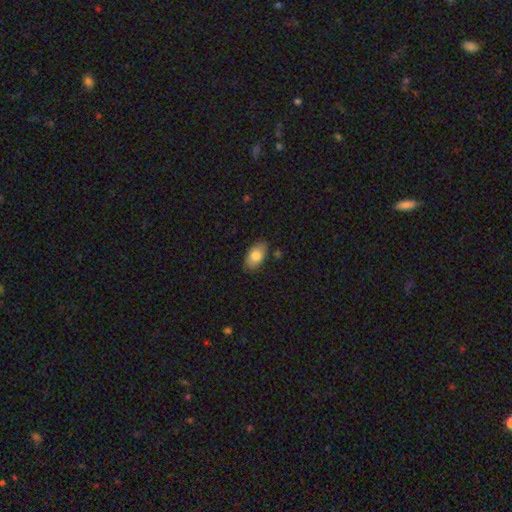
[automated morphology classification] Q: Smooth or featured?
A: smooth (82%); runner-up: featured or disk (12%)
Q: How rounded?
A: in between (94%); runner-up: round (4%)
Q: Merging?
A: none (83%); runner-up: minor disturbance (12%)